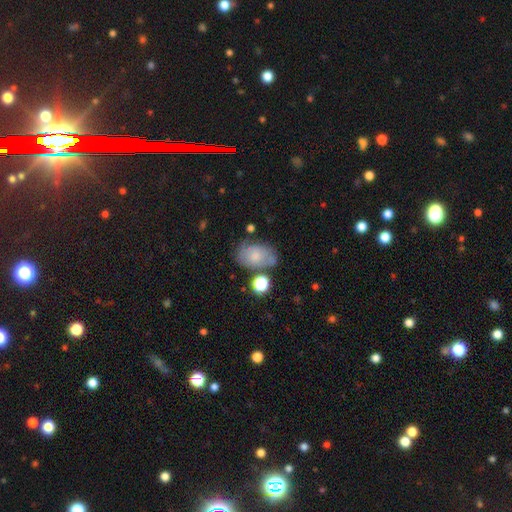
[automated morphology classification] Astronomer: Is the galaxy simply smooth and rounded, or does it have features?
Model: smooth — 61%.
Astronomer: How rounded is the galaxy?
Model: in between — 78%.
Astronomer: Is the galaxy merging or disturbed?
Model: none — 54%.